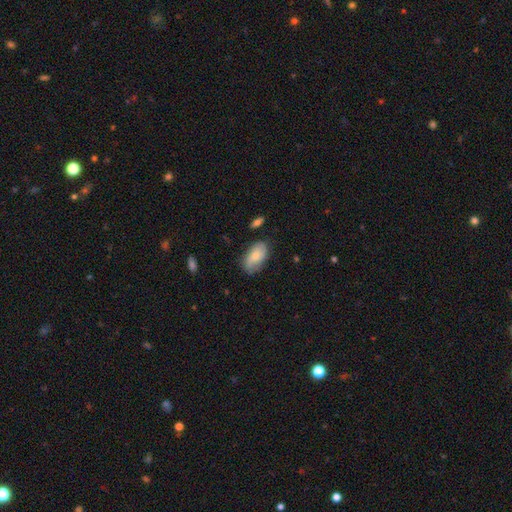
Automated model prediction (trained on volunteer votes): Morphology: type=smooth (68%); roundness=in between (93%); merging=none (67%).